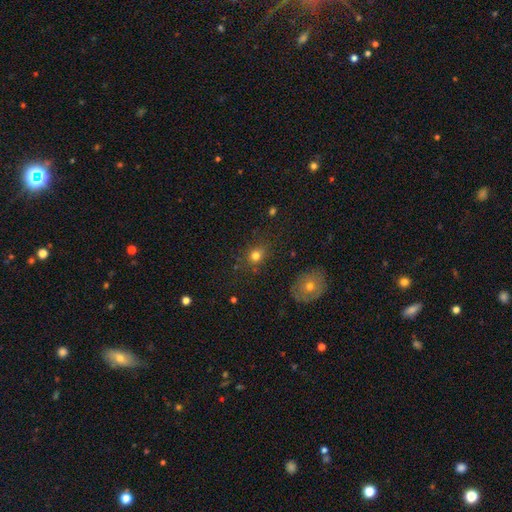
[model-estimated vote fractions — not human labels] A smooth galaxy with no disk features (77%) that is round (73%).

Vote fractions:
- Smooth or featured? smooth: 77% / star or artifact: 16% / featured or disk: 8%
- How rounded? round: 73% / in between: 26% / cigar-shaped: 1%
- Merging? none: 78% / minor disturbance: 13% / major disturbance: 5% / merger: 4%